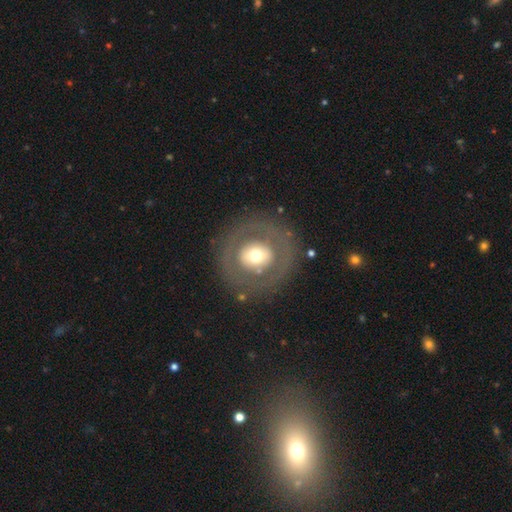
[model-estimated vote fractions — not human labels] Morphology: type=smooth (47%); merging=none (82%).